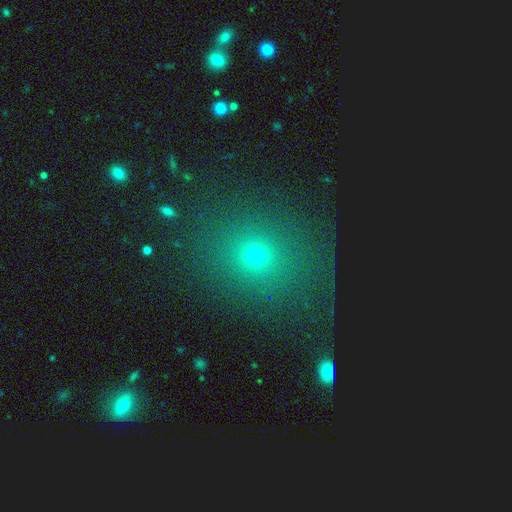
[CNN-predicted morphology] Overall: smooth (58%; star or artifact 30%). How rounded: round (80%). Merging: none (80%).